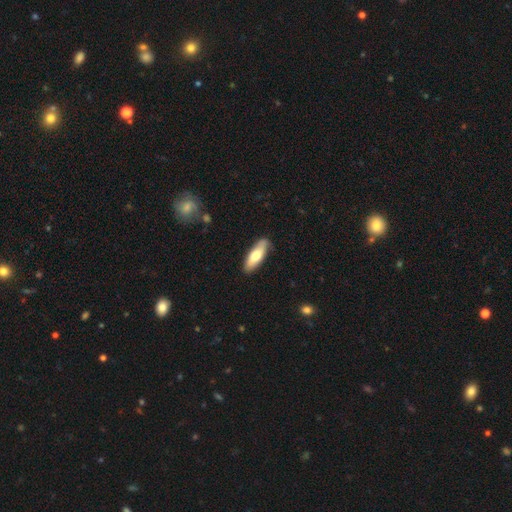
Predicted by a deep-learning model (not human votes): Smooth or featured? smooth (68%)
How rounded? in between (58%)
Merging? none (84%)